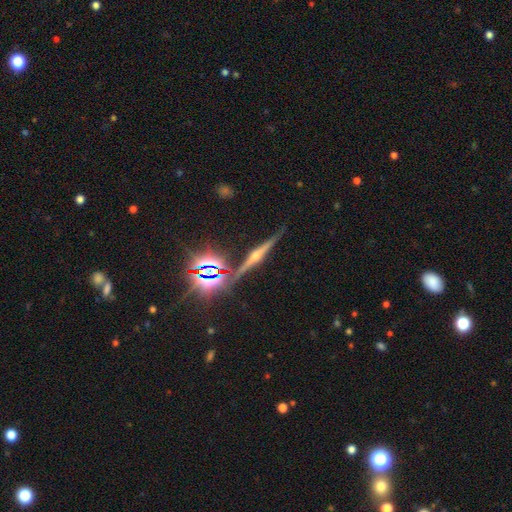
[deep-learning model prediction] The model was most divided on "smooth or featured": featured or disk: 72%, star or artifact: 19%, smooth: 9%. More confident: edge-on disk — yes (97%); edge-on bulge — rounded (89%); merging — none (88%).